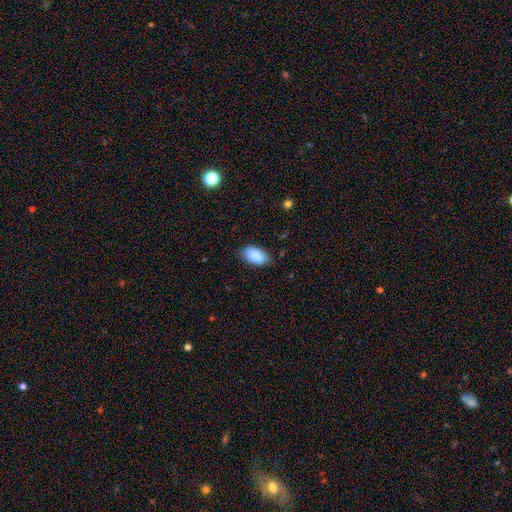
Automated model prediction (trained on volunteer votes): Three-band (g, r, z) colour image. It shows a smooth galaxy with no disk features (88%) that is in between round and cigar-shaped (93%). Merging: none (76%).